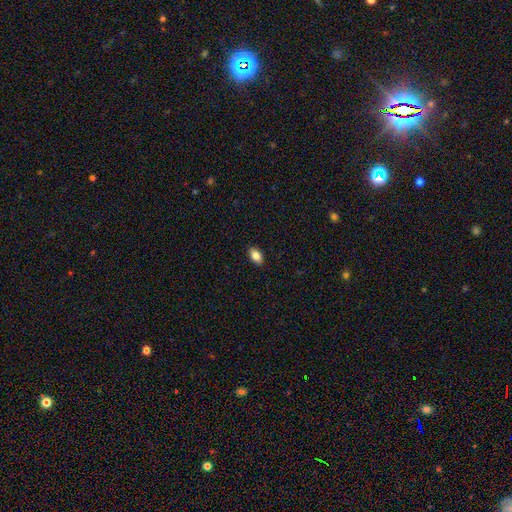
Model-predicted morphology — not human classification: This appears to be a smooth galaxy with no disk features (85%) that is in between round and cigar-shaped (91%). Merging: none (90%).